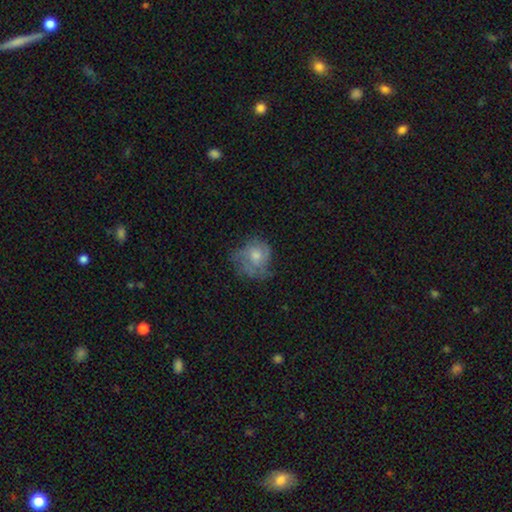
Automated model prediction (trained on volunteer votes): This appears to be a featured or disk galaxy (46%). Merging: none (57%).